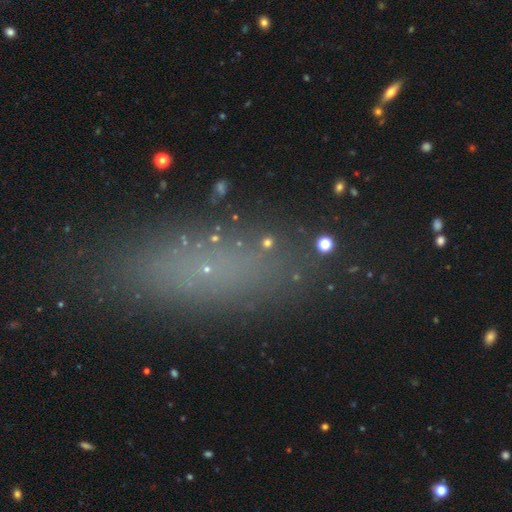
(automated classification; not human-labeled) smooth_or_featured: smooth (p=0.55) [alt: star or artifact p=0.25]
how_rounded: in between (p=0.55) [alt: cigar-shaped p=0.39]
merging: none (p=0.82) [alt: minor disturbance p=0.11]